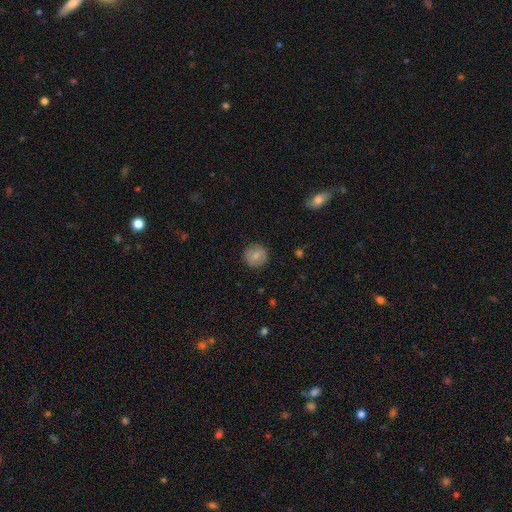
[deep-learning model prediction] A smooth galaxy with no disk features (77%) that is round (93%).

Vote fractions:
- Smooth or featured? smooth: 77% / featured or disk: 16% / star or artifact: 8%
- How rounded? round: 93% / in between: 6% / cigar-shaped: 1%
- Merging? none: 89% / minor disturbance: 7% / major disturbance: 2% / merger: 1%